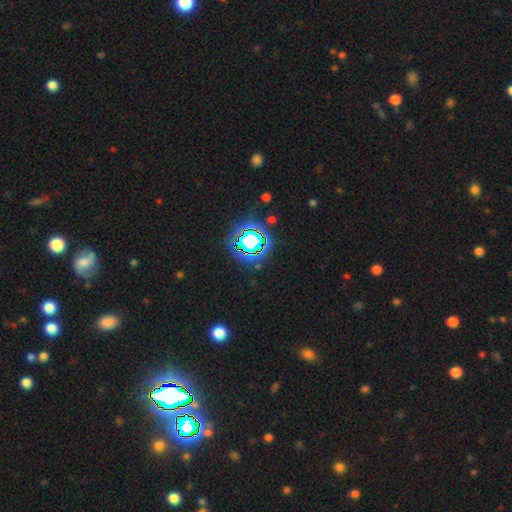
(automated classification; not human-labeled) This appears to be a star or artifact, not a galaxy (81%).